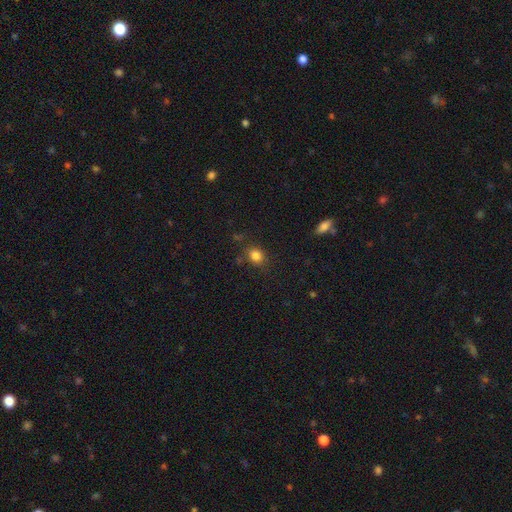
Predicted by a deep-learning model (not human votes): The model was most divided on "how rounded": round: 56%, in between: 43%, cigar-shaped: 1%. More confident: smooth or featured — smooth (82%); merging — none (78%).